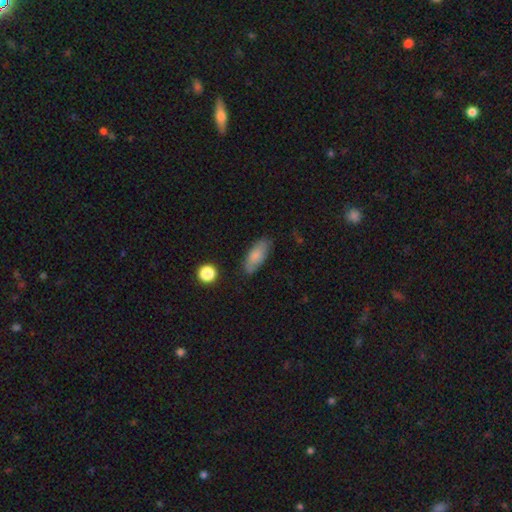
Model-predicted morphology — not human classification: smooth-or-featured: smooth: 79% | featured or disk: 14% | star or artifact: 7%
  how-rounded: in between: 81% | cigar-shaped: 16% | round: 3%
  merging: none: 76% | minor disturbance: 18% | major disturbance: 4% | merger: 2%